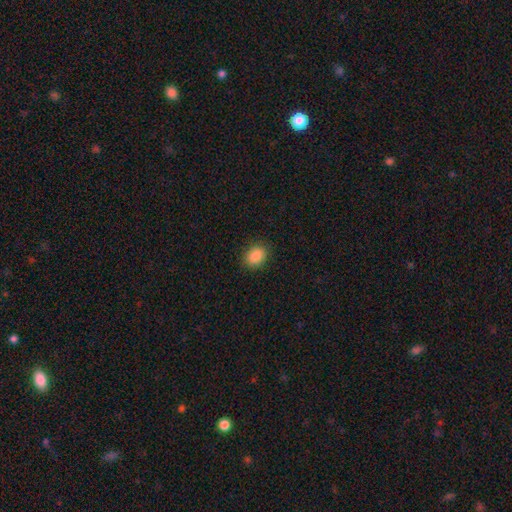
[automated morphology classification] Smooth or featured? Predicted: smooth (p=0.87). How rounded? Predicted: in between (p=0.57). Merging? Predicted: none (p=0.89).